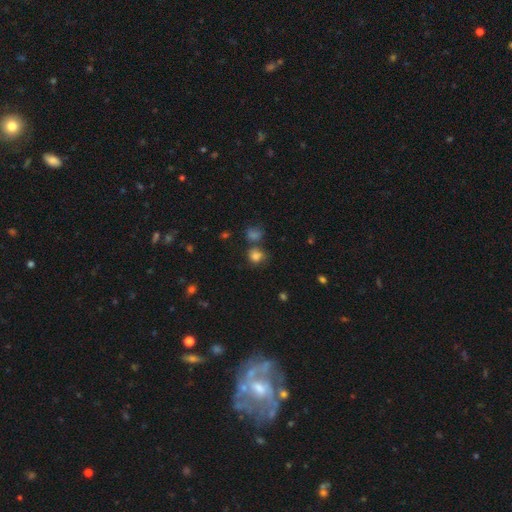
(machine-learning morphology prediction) smooth_or_featured: smooth (p=0.79) [alt: star or artifact p=0.14]
how_rounded: round (p=0.78) [alt: in between p=0.21]
merging: none (p=0.59) [alt: merger p=0.19]